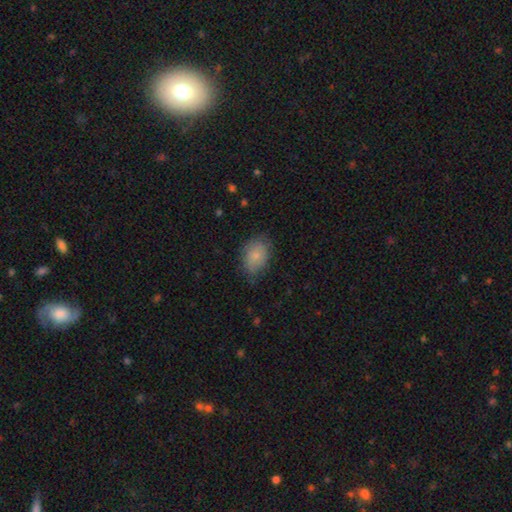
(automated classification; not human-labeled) Smooth or featured? Predicted: smooth (p=0.81). How rounded? Predicted: in between (p=0.80). Merging? Predicted: none (p=0.73).